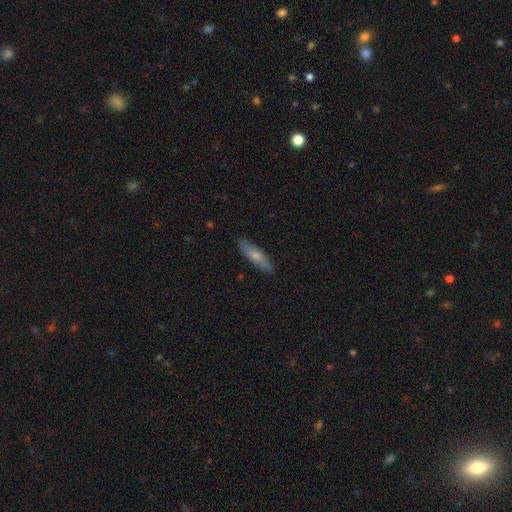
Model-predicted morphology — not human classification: The model was most divided on "how rounded": cigar-shaped: 65%, in between: 33%, round: 2%. More confident: merging — none (86%); smooth or featured — smooth (67%).